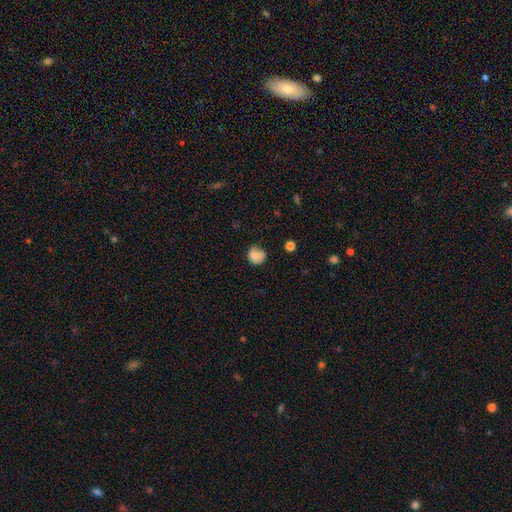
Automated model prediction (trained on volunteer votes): A smooth galaxy with no disk features (80%) that is round (84%). Merging: none (70%).